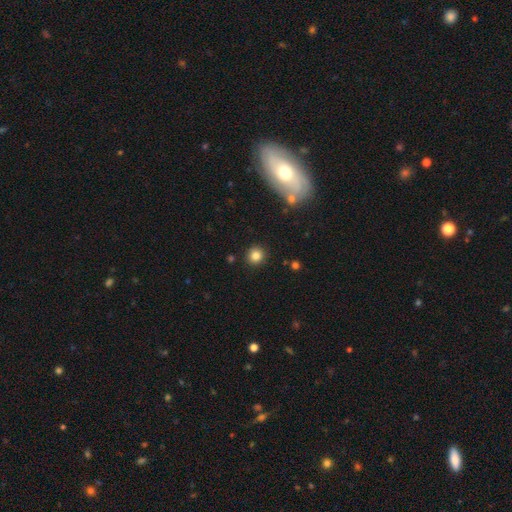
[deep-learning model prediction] Overall: smooth (82%). How rounded: round (91%). Merging: none (90%).